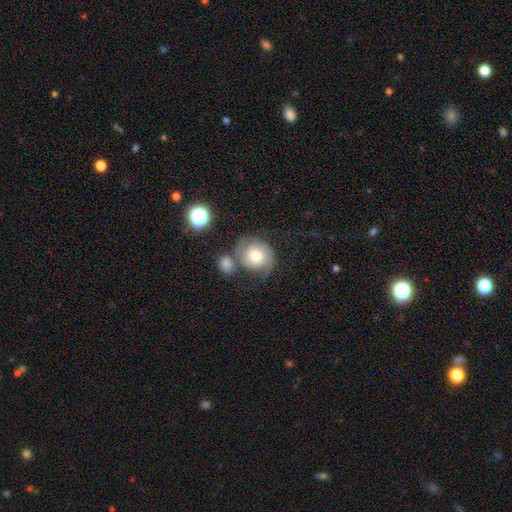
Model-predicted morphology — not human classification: Q: Smooth or featured?
A: smooth (50%); runner-up: featured or disk (41%)
Q: Merging?
A: none (46%); runner-up: minor disturbance (22%)